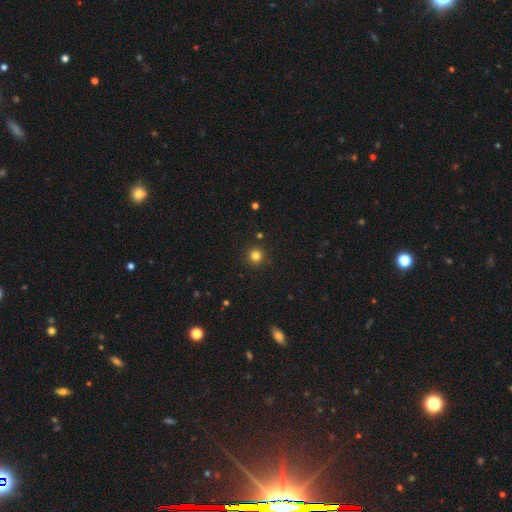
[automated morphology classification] smooth_or_featured: smooth (p=0.81) [alt: star or artifact p=0.14]
how_rounded: round (p=0.95) [alt: in between p=0.04]
merging: none (p=0.91) [alt: minor disturbance p=0.06]